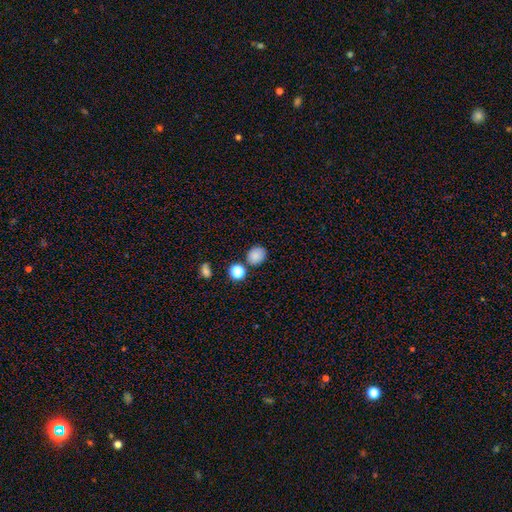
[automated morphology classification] smooth 83%, star or artifact 12%, featured or disk 5%. Down the decision tree: how rounded — round (61%); merging — none (78%).